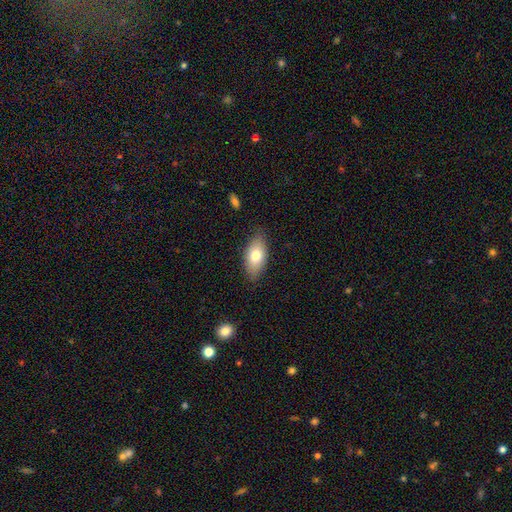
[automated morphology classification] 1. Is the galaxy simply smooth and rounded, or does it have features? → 74% smooth, 19% featured or disk, 7% star or artifact.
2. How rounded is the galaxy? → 89% in between, 6% cigar-shaped, 4% round.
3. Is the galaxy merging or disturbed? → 82% none, 14% minor disturbance, 3% major disturbance, 1% merger.